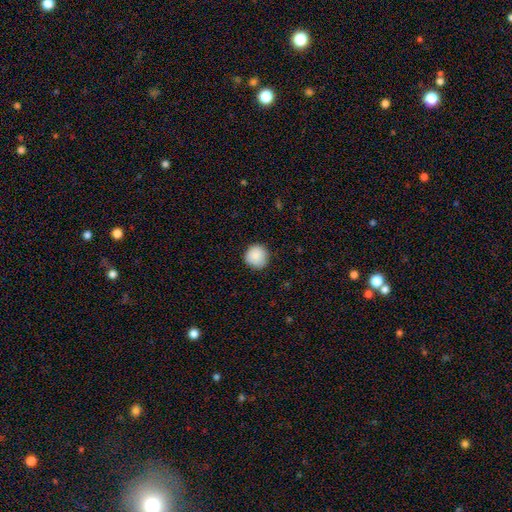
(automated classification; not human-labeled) A smooth galaxy with no disk features (87%) that is round (94%). Merging: none (86%).